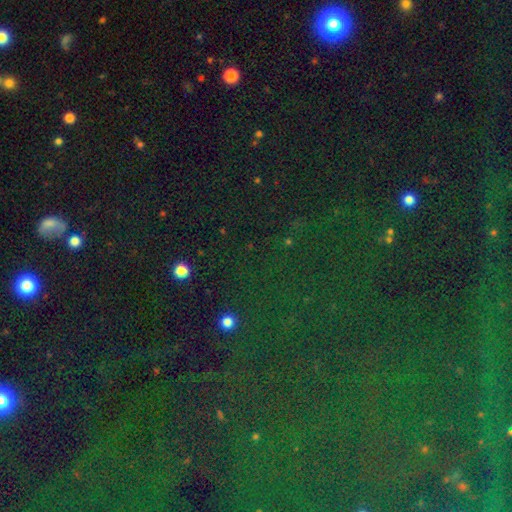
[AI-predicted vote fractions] smooth-or-featured: star or artifact: 81% | smooth: 12% | featured or disk: 7%